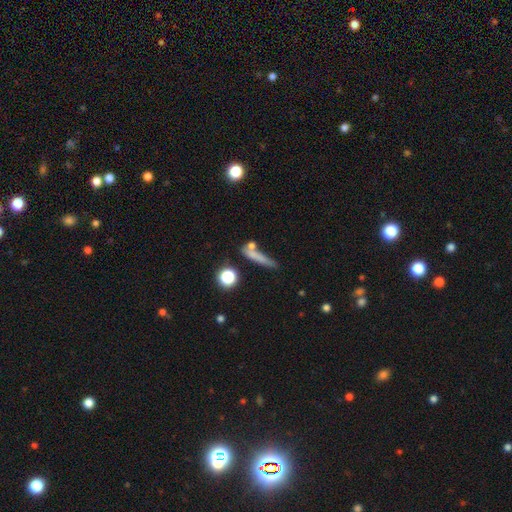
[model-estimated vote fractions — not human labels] Smooth or featured? smooth (67%)
How rounded? cigar-shaped (75%)
Merging? none (57%)